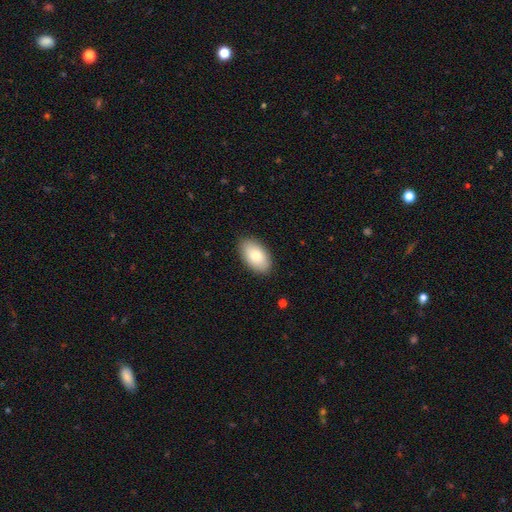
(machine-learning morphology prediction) A smooth galaxy with no disk features (81%) that is in between round and cigar-shaped (94%).

Vote fractions:
- Smooth or featured? smooth: 81% / featured or disk: 13% / star or artifact: 6%
- How rounded? in between: 94% / round: 4% / cigar-shaped: 1%
- Merging? none: 88% / minor disturbance: 9% / major disturbance: 2% / merger: 1%